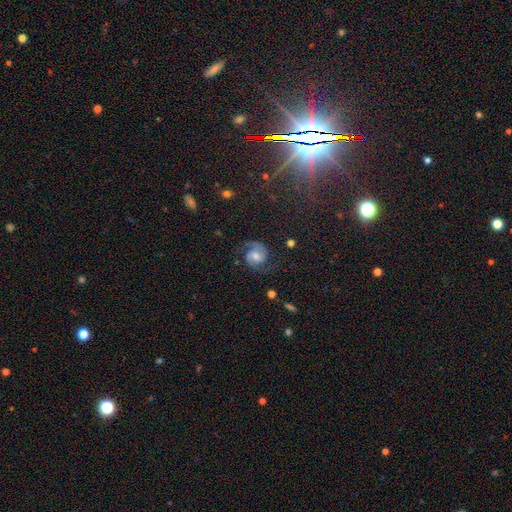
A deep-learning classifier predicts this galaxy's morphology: This appears to be a featured or disk galaxy (79%) with no bar (59%), 2 (88%) medium (53%) spiral arms (97%) and a moderate central bulge (56%). Merging: none (71%).